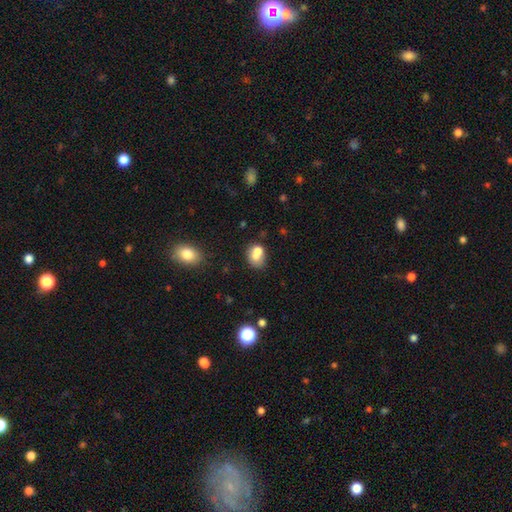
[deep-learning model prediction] Smooth or featured: smooth — 71% (featured or disk — 18%)
How rounded: in between — 57% (round — 42%)
Merging: merger — 41% (none — 35%)